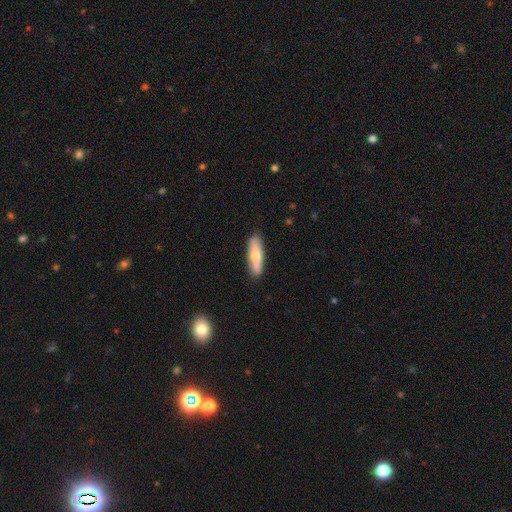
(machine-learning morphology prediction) This appears to be a smooth galaxy with no disk features (64%) that is cigar-shaped (66%). Merging: none (87%).